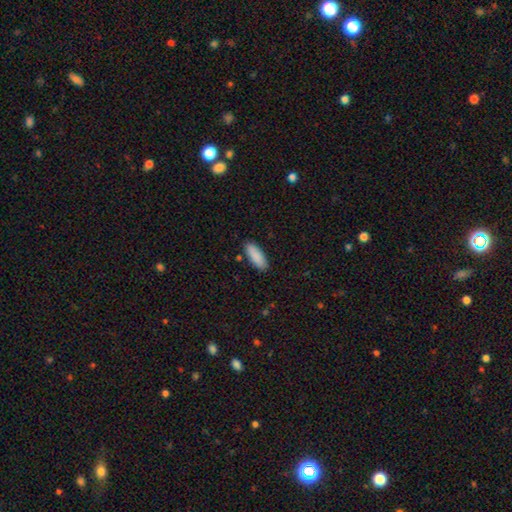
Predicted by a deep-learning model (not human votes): The model was most divided on "how rounded": in between: 69%, cigar-shaped: 30%, round: 2%. More confident: smooth or featured — smooth (89%); merging — none (88%).